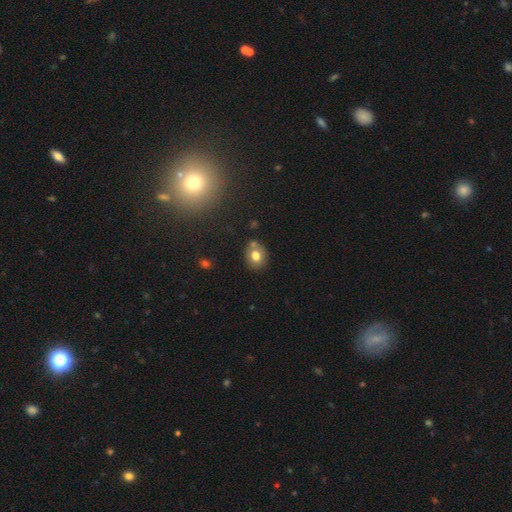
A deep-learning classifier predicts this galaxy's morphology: Smooth or featured? Predicted: smooth (p=0.73). How rounded? Predicted: round (p=0.59). Merging? Predicted: none (p=0.71).